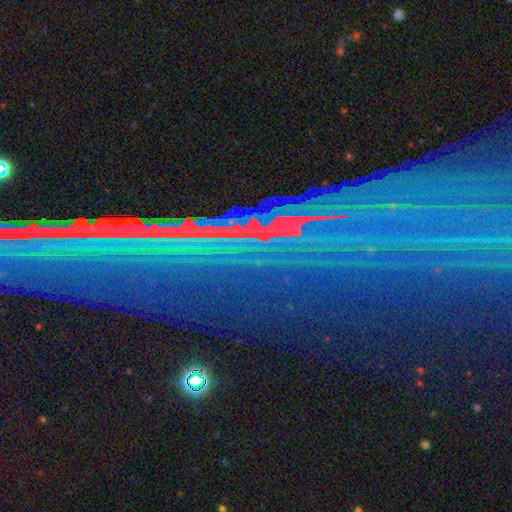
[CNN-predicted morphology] A star or artifact, not a galaxy (83%).